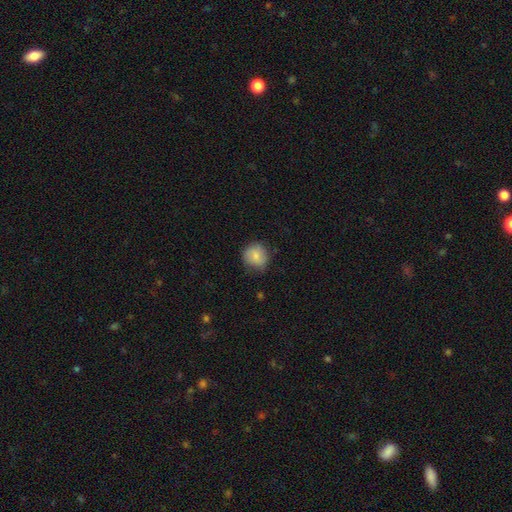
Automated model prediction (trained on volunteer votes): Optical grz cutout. It shows a smooth galaxy with no disk features (80%) that is round (85%). Merging: none (73%).